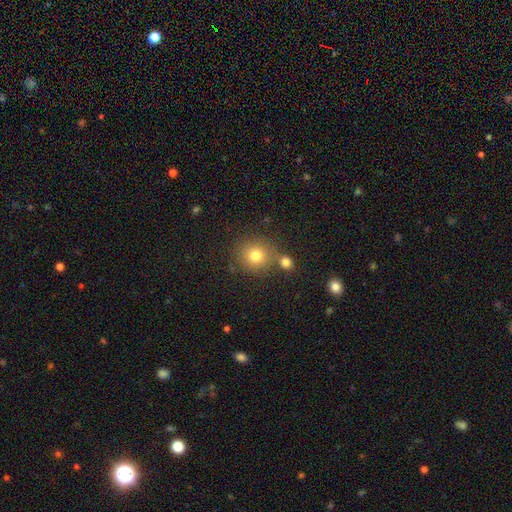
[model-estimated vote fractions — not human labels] smooth_or_featured: smooth (p=0.77) [alt: star or artifact p=0.13]
how_rounded: round (p=0.89) [alt: in between p=0.10]
merging: none (p=0.69) [alt: merger p=0.17]